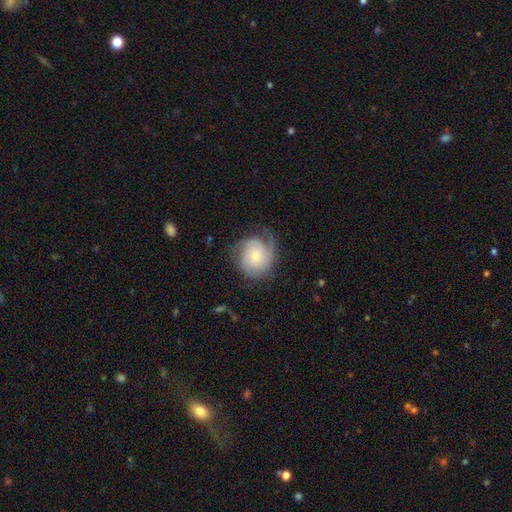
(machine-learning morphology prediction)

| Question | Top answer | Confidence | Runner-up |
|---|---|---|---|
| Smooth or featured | featured or disk | 67% | smooth (26%) |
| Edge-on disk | no | 97% | yes (3%) |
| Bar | no | 76% | weak (21%) |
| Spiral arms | yes | 92% | no (8%) |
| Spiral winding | tight | 50% | medium (33%) |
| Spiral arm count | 2 | 32% | can't tell (26%) |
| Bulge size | small | 58% | moderate (37%) |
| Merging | none | 63% | minor disturbance (21%) |